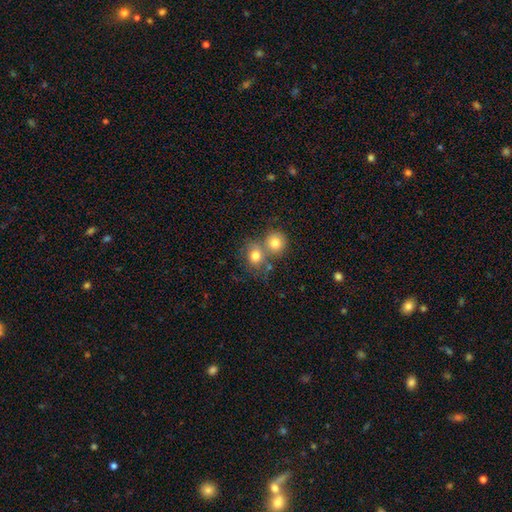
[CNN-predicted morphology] Smooth or featured: smooth — 77% (star or artifact — 11%)
How rounded: round — 76% (in between — 23%)
Merging: merger — 45% (none — 43%)